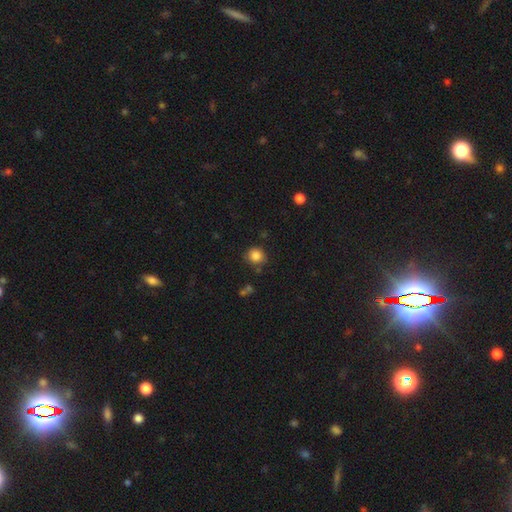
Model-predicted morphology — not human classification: type=smooth (84%); roundness=round (85%); merging=none (76%).